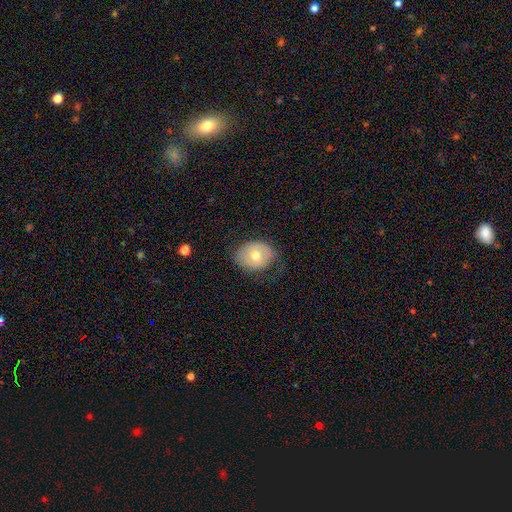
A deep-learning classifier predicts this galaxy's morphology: This appears to be a smooth galaxy with no disk features (63%) that is in between round and cigar-shaped (58%). Merging: none (66%).